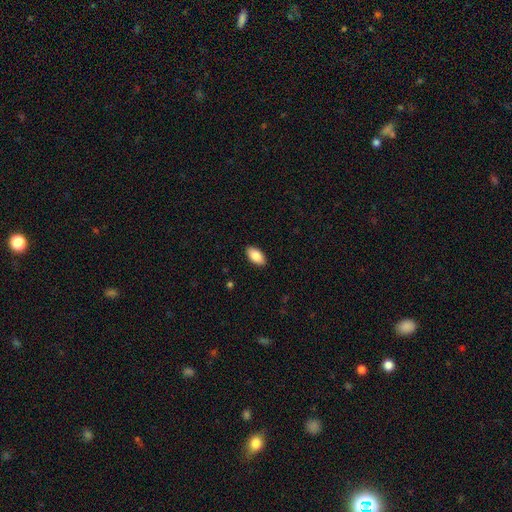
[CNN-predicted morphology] This appears to be a smooth galaxy with no disk features (87%) that is in between round and cigar-shaped (95%). Merging: none (90%).